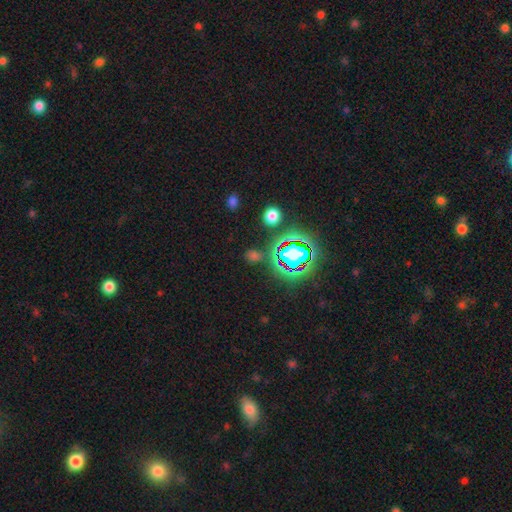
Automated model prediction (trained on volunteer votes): Overall: star or artifact (55%; smooth 34%).